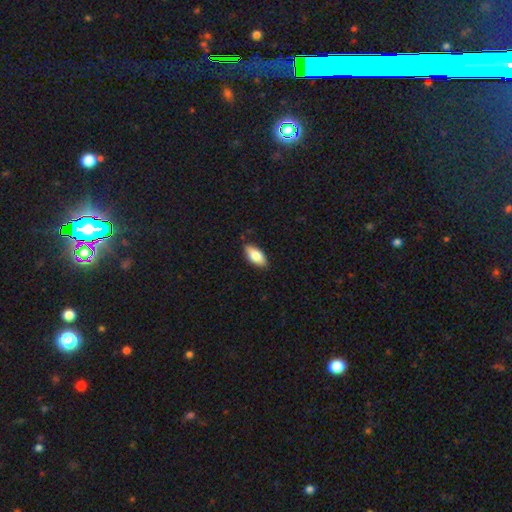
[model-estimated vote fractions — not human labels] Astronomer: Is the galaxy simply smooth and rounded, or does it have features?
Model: smooth — 81%.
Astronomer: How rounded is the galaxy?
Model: in between — 89%.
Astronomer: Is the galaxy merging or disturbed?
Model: none — 84%.